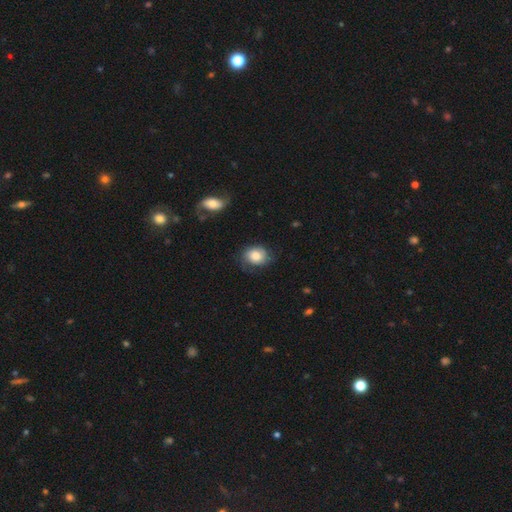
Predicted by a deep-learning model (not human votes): Smooth or featured: smooth — 67% (featured or disk — 25%)
How rounded: round — 57% (in between — 42%)
Merging: none — 61% (minor disturbance — 26%)